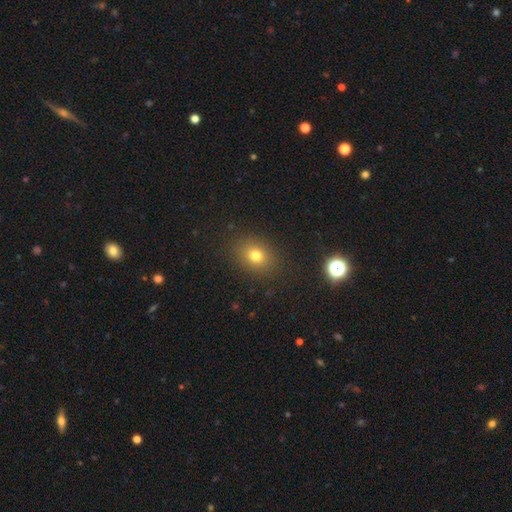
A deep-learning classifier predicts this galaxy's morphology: Overall: smooth (75%). How rounded: round (50%; in between 49%). Merging: none (86%).